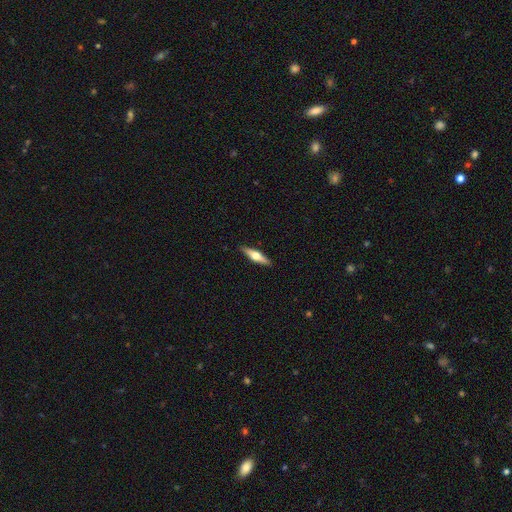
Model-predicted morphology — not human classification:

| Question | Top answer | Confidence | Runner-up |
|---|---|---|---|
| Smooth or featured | featured or disk | 54% | smooth (41%) |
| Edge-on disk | yes | 95% | no (5%) |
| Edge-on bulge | rounded | 93% | boxy (4%) |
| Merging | none | 90% | minor disturbance (8%) |